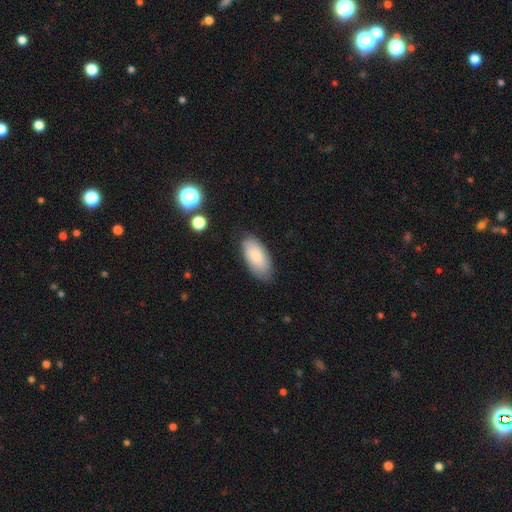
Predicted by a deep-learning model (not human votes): Smooth or featured? smooth (82%)
How rounded? in between (91%)
Merging? none (80%)